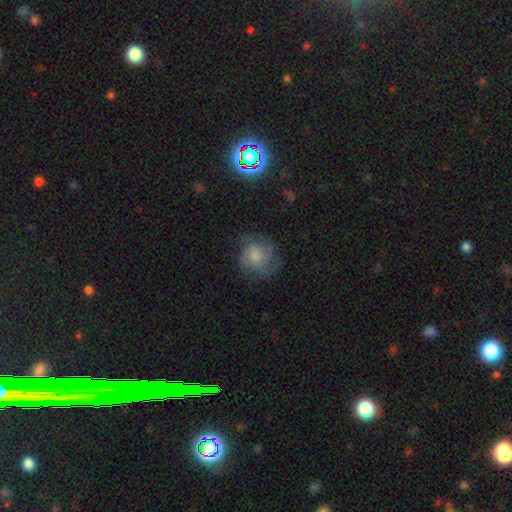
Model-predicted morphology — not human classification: type=smooth (62%); roundness=round (82%); merging=none (61%).